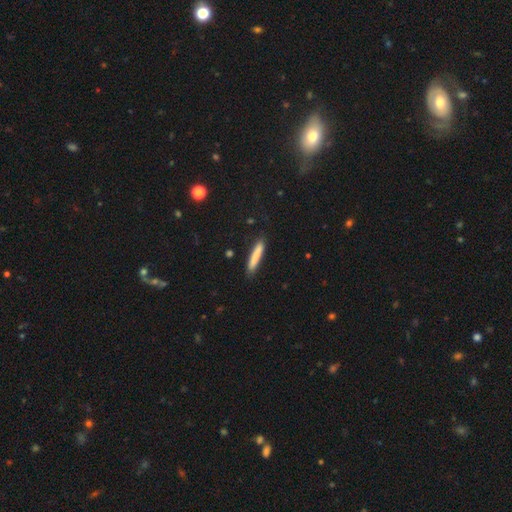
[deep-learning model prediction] Overall: smooth (81%). How rounded: cigar-shaped (92%). Merging: none (84%).